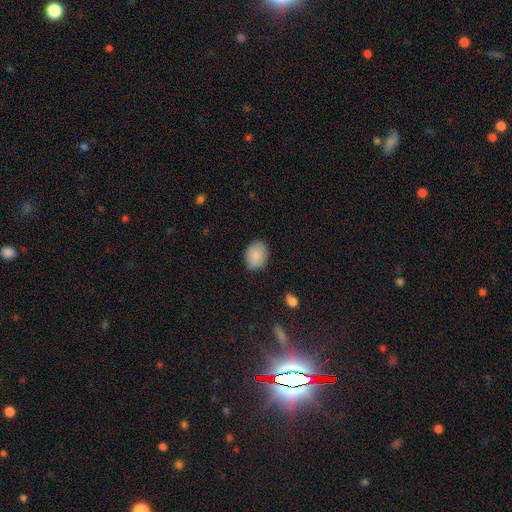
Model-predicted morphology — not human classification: Smooth or featured?
  - smooth: 87% *
  - star or artifact: 7%
  - featured or disk: 6%
How rounded?
  - in between: 67% *
  - round: 32%
  - cigar-shaped: 1%
Merging?
  - none: 79% *
  - minor disturbance: 17%
  - major disturbance: 3%
  - merger: 1%